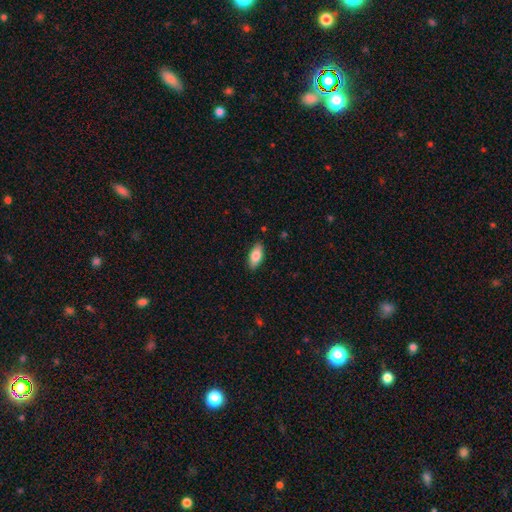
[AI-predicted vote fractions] Smooth or featured: smooth — 82% (featured or disk — 12%)
How rounded: in between — 88% (cigar-shaped — 10%)
Merging: none — 87% (minor disturbance — 10%)